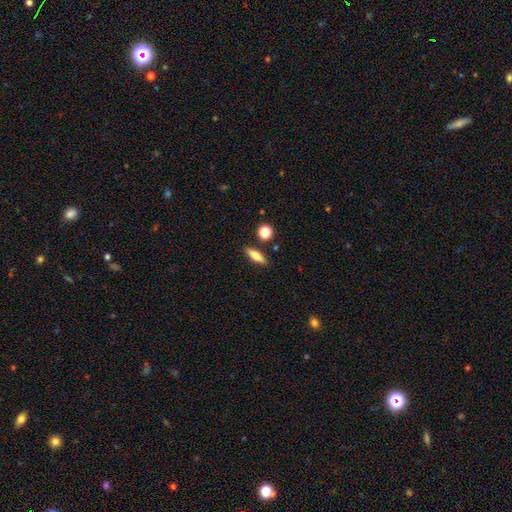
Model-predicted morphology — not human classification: smooth_or_featured: smooth (p=0.70) [alt: featured or disk p=0.22]
how_rounded: in between (p=0.48) [alt: cigar-shaped p=0.47]
merging: none (p=0.84) [alt: minor disturbance p=0.10]